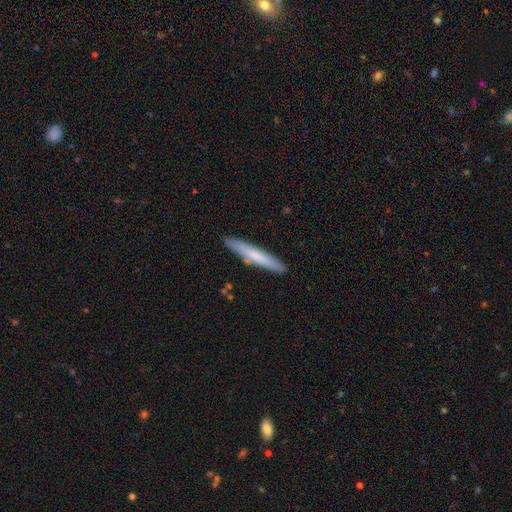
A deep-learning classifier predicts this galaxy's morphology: A smooth galaxy with no disk features (66%) that is cigar-shaped (95%). Merging: none (89%).